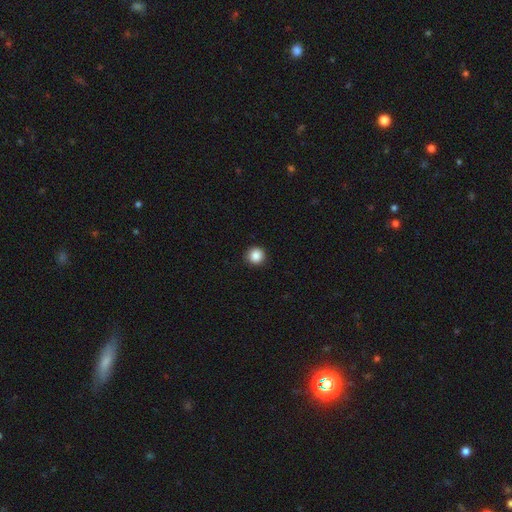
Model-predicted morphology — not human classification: Q: Smooth or featured?
A: smooth (87%); runner-up: star or artifact (10%)
Q: How rounded?
A: round (95%); runner-up: in between (4%)
Q: Merging?
A: none (92%); runner-up: minor disturbance (5%)